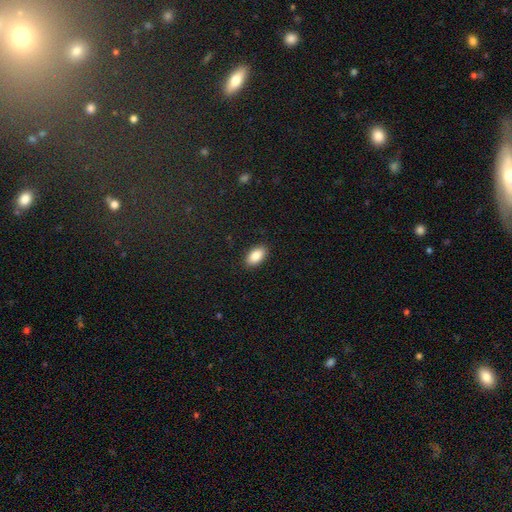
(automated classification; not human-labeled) Smooth or featured: smooth — 87% (star or artifact — 7%)
How rounded: in between — 94% (round — 4%)
Merging: none — 89% (minor disturbance — 8%)